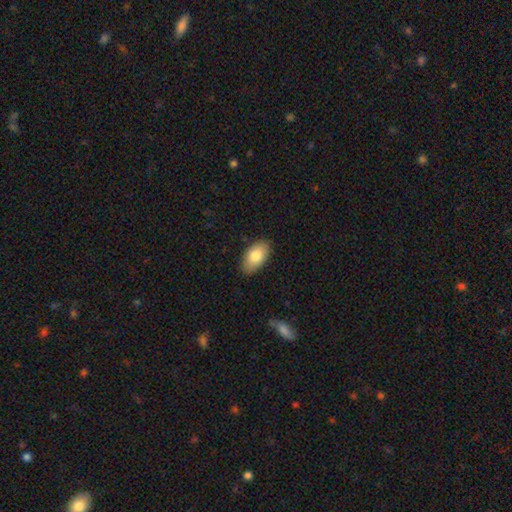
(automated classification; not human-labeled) The model was most divided on "smooth or featured": smooth: 82%, featured or disk: 12%, star or artifact: 6%. More confident: how rounded — in between (94%); merging — none (86%).